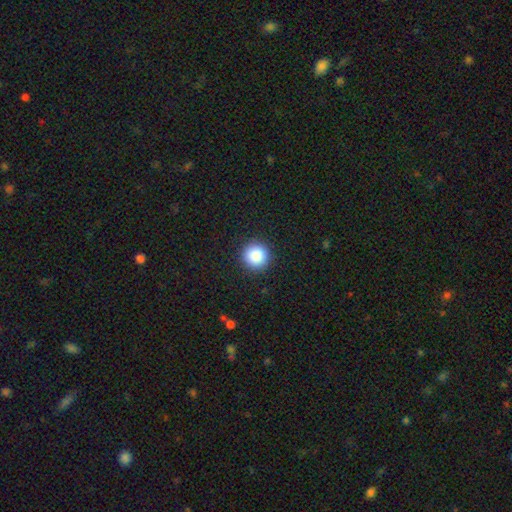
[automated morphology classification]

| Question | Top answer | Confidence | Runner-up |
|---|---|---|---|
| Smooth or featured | smooth | 87% | star or artifact (9%) |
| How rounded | round | 95% | in between (4%) |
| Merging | none | 92% | minor disturbance (5%) |